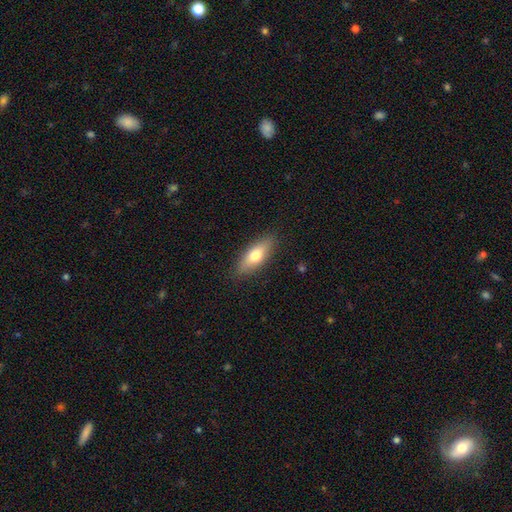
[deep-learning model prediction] Smooth or featured?
  - smooth: 68% *
  - featured or disk: 26%
  - star or artifact: 6%
How rounded?
  - in between: 64% *
  - cigar-shaped: 33%
  - round: 3%
Merging?
  - none: 87% *
  - minor disturbance: 10%
  - major disturbance: 2%
  - merger: 1%